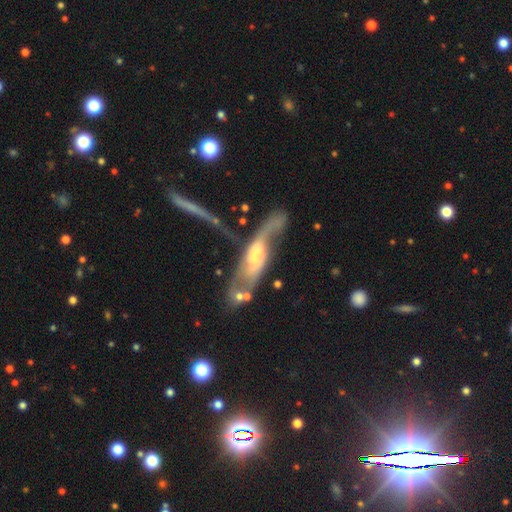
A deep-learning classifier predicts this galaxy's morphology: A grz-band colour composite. It shows a featured or disk galaxy (70%) with no bar (45%), spiral arms (77%) and a moderate central bulge (42%). Merging: major disturbance (37%).